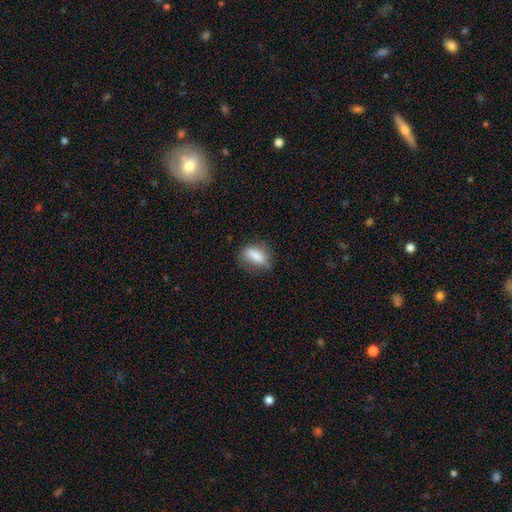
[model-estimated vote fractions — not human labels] smooth_or_featured: smooth (p=0.74) [alt: featured or disk p=0.17]
how_rounded: in between (p=0.69) [alt: cigar-shaped p=0.22]
merging: none (p=0.60) [alt: minor disturbance p=0.27]